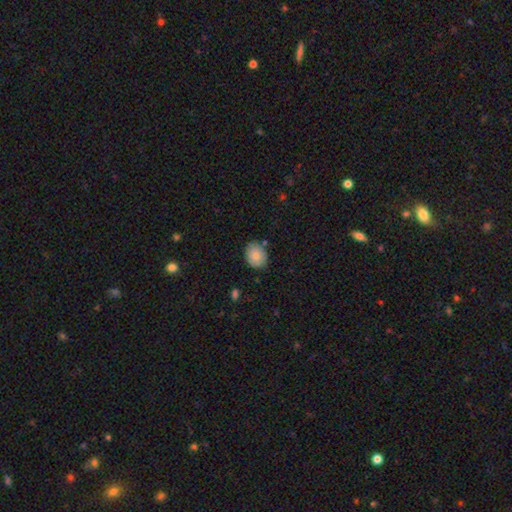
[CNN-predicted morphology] type=smooth (86%); roundness=in between (62%); merging=none (80%).